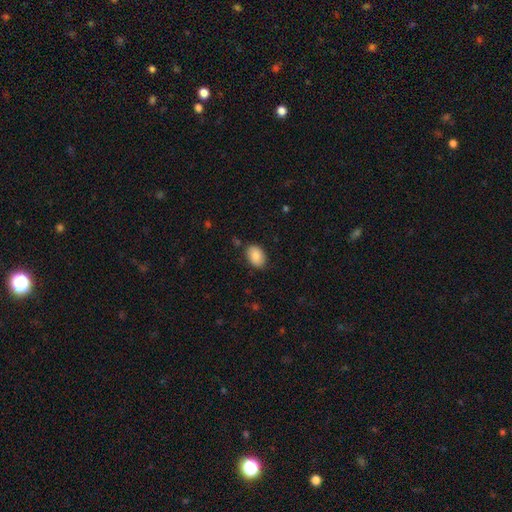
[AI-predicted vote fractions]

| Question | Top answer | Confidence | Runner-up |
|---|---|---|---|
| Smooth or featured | smooth | 85% | featured or disk (9%) |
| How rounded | in between | 84% | round (15%) |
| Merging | none | 84% | minor disturbance (12%) |